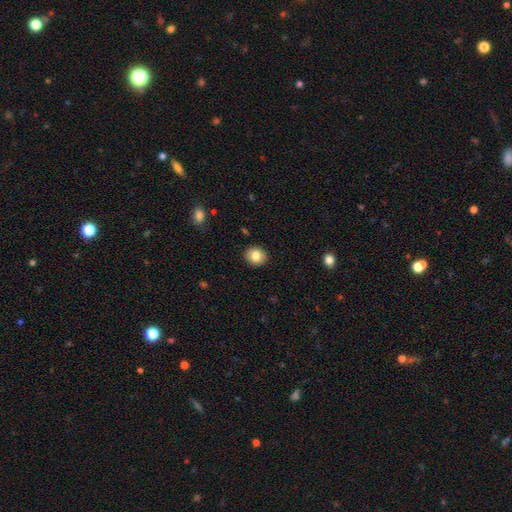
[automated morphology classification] smooth_or_featured: smooth (p=0.82) [alt: featured or disk p=0.09]
how_rounded: round (p=0.71) [alt: in between p=0.28]
merging: none (p=0.90) [alt: minor disturbance p=0.07]